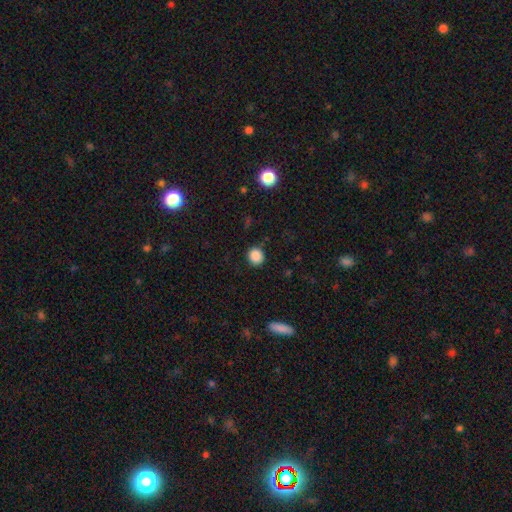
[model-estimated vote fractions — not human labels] Smooth or featured: smooth — 87% (star or artifact — 10%)
How rounded: round — 89% (in between — 10%)
Merging: none — 89% (minor disturbance — 7%)